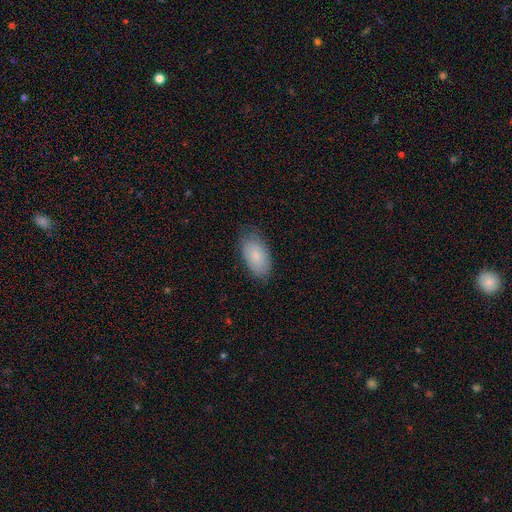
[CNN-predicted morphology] Smooth or featured?
  - smooth: 83% *
  - featured or disk: 10%
  - star or artifact: 6%
How rounded?
  - in between: 94% *
  - round: 3%
  - cigar-shaped: 2%
Merging?
  - none: 78% *
  - minor disturbance: 18%
  - major disturbance: 4%
  - merger: 1%